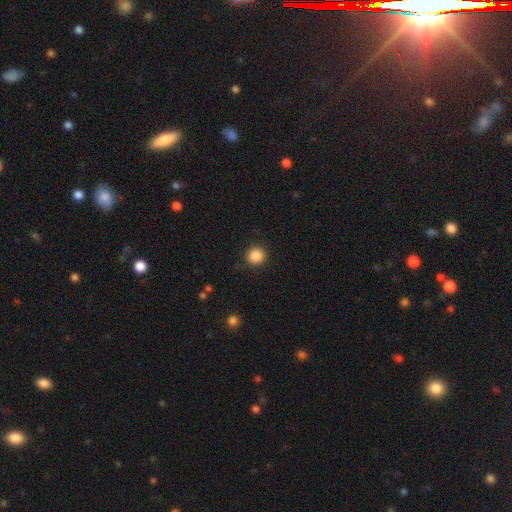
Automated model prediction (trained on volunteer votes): Smooth or featured?
  - smooth: 87% *
  - star or artifact: 10%
  - featured or disk: 3%
How rounded?
  - round: 92% *
  - in between: 7%
  - cigar-shaped: 1%
Merging?
  - none: 90% *
  - minor disturbance: 7%
  - major disturbance: 2%
  - merger: 1%